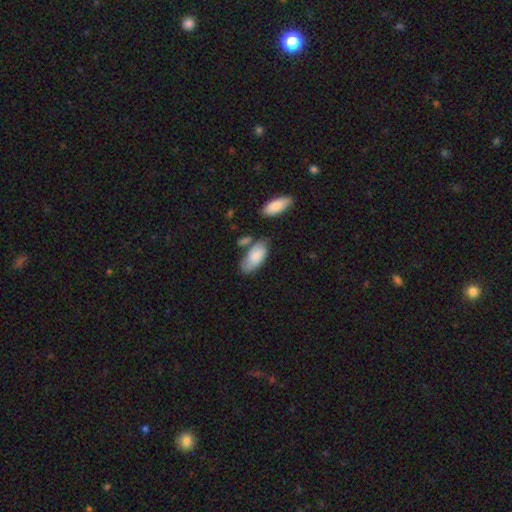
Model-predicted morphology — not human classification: Smooth or featured: smooth — 76% (featured or disk — 17%)
How rounded: in between — 92% (cigar-shaped — 5%)
Merging: none — 51% (minor disturbance — 26%)